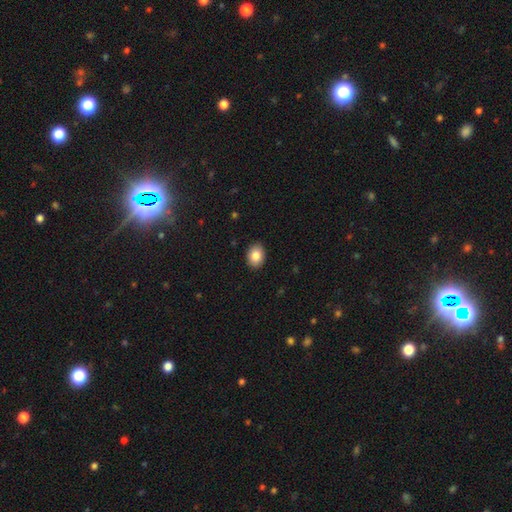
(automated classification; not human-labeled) This appears to be a smooth galaxy with no disk features (84%) that is in between round and cigar-shaped (69%). Merging: none (90%).